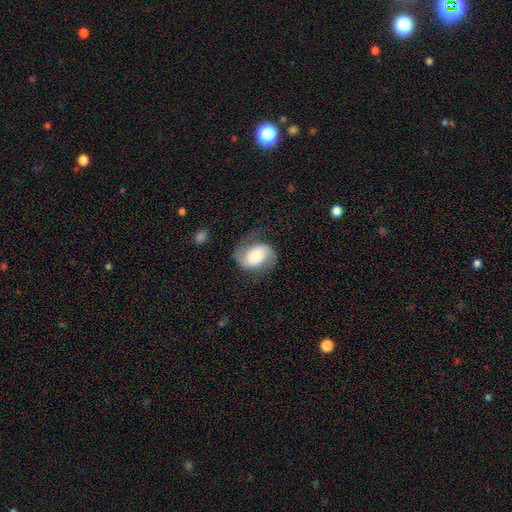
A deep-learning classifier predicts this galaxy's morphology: The model was most divided on "bulge size": moderate: 34%, small: 30%, large: 22%, dominant: 9%, none: 6%. Remaining: edge-on disk — no (98%); spiral arms — yes (94%); spiral arm count — 2 (90%); smooth or featured — featured or disk (69%); merging — none (63%); bar — no (55%); spiral winding — medium (44%).